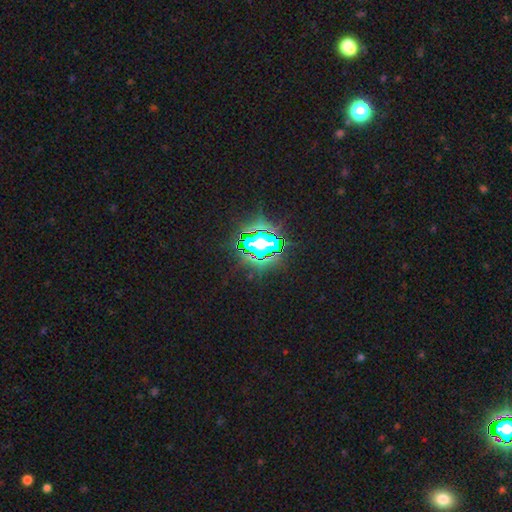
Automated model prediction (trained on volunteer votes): Smooth or featured?
  - star or artifact: 82% *
  - smooth: 12%
  - featured or disk: 7%